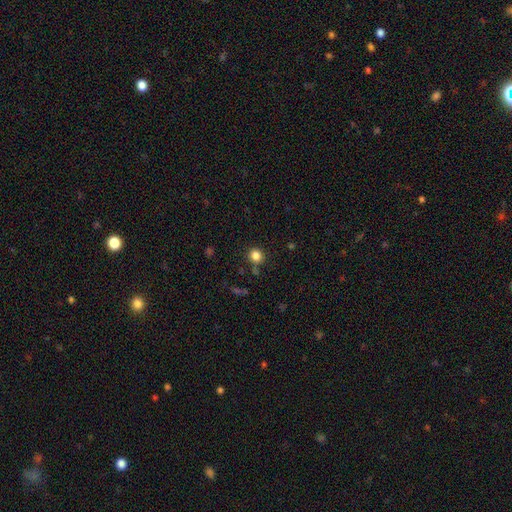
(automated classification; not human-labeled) Smooth or featured? smooth (84%)
How rounded? round (85%)
Merging? none (81%)